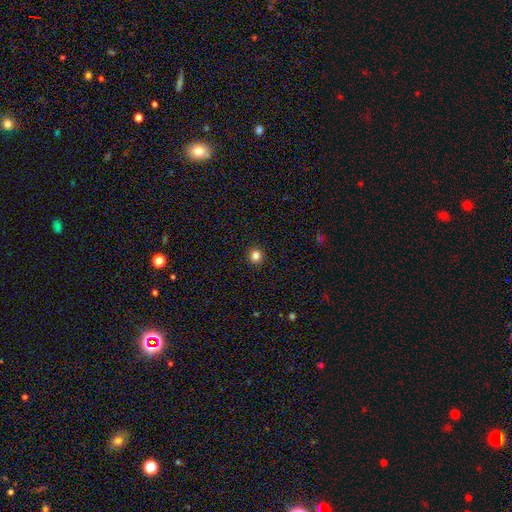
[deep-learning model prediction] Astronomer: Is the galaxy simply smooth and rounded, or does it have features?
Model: smooth — 84%.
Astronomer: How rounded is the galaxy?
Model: round — 93%.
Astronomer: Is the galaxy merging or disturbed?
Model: none — 93%.